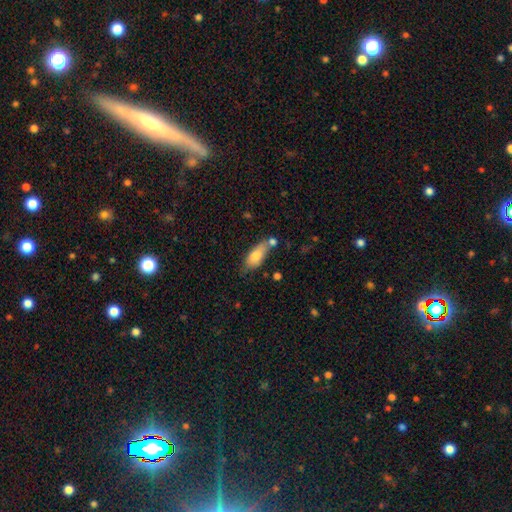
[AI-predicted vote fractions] Smooth or featured? Predicted: smooth (p=0.76). How rounded? Predicted: in between (p=0.76). Merging? Predicted: none (p=0.53).